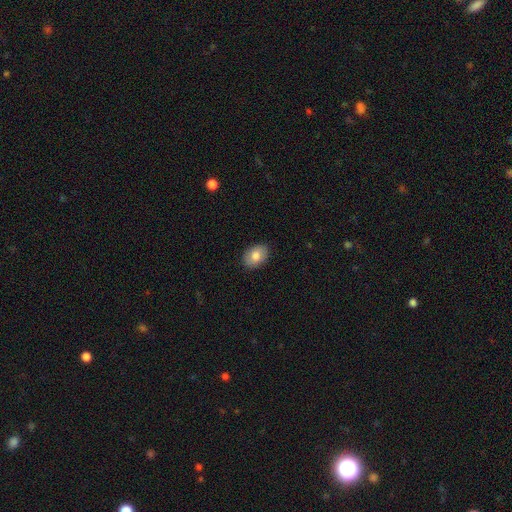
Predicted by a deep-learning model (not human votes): Smooth or featured?
  - smooth: 80% *
  - featured or disk: 12%
  - star or artifact: 7%
How rounded?
  - in between: 78% *
  - round: 21%
  - cigar-shaped: 1%
Merging?
  - none: 88% *
  - minor disturbance: 9%
  - major disturbance: 2%
  - merger: 1%